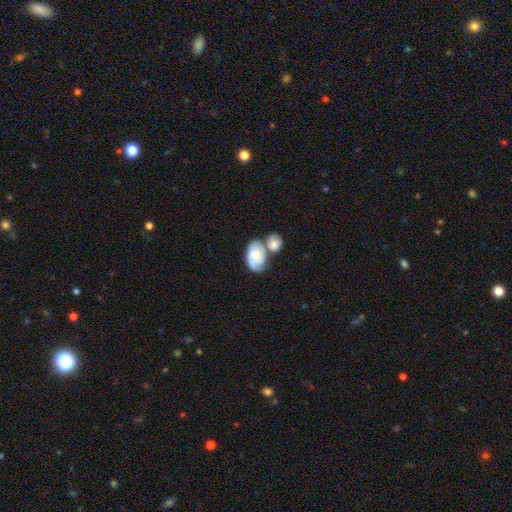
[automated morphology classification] smooth_or_featured: featured or disk (p=0.50) [alt: smooth p=0.43]
disk_edge_on: no (p=0.96) [alt: yes p=0.04]
merging: merger (p=0.49) [alt: none p=0.26]